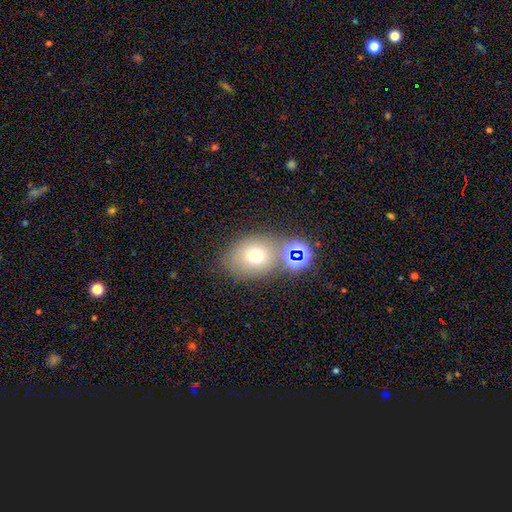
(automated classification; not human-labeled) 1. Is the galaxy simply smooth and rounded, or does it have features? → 68% smooth, 17% star or artifact, 15% featured or disk.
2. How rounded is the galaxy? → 56% in between, 43% round, 1% cigar-shaped.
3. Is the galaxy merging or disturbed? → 65% none, 15% merger, 14% minor disturbance, 6% major disturbance.